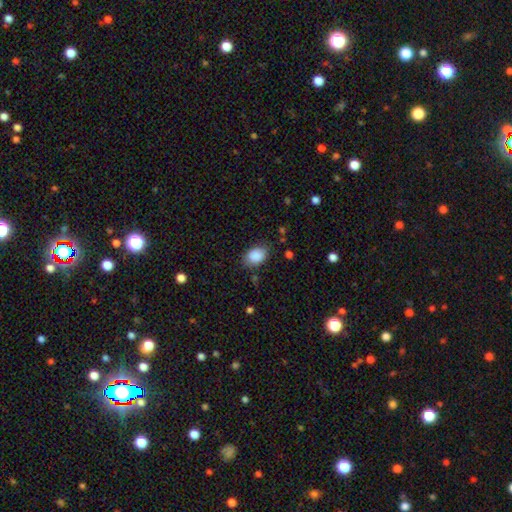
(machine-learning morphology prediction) Overall: smooth (88%). How rounded: in between (77%). Merging: none (78%).